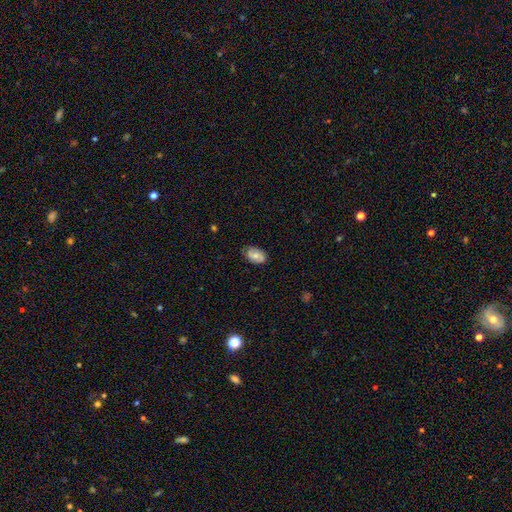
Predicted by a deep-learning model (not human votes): This is likely a smooth galaxy (62%). How rounded: clearly in between (88%). Merging: likely none (72%).